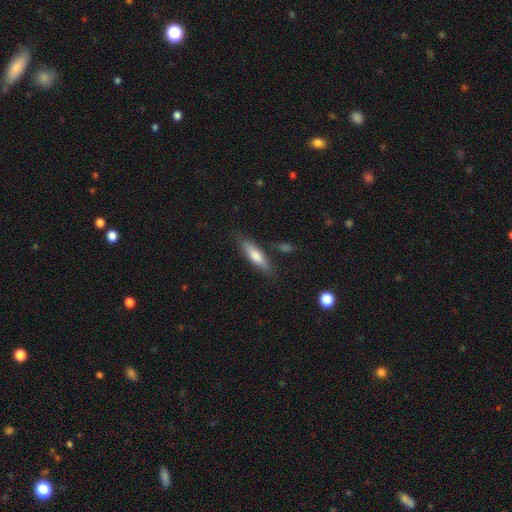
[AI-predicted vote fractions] The model was most divided on "how rounded": cigar-shaped: 67%, in between: 31%, round: 2%. More confident: merging — none (81%); smooth or featured — smooth (69%).